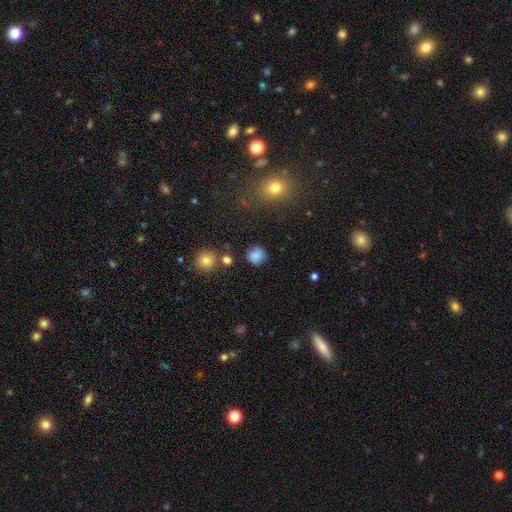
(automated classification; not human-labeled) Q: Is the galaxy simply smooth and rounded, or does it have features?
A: smooth — 82%.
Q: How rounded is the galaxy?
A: round — 88%.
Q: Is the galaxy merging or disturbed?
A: none — 78%.